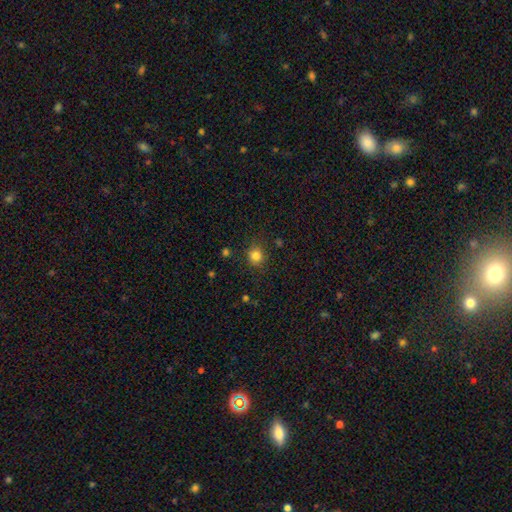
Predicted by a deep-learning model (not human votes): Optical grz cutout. It shows a smooth galaxy with no disk features (83%) that is round (85%). Merging: none (84%).